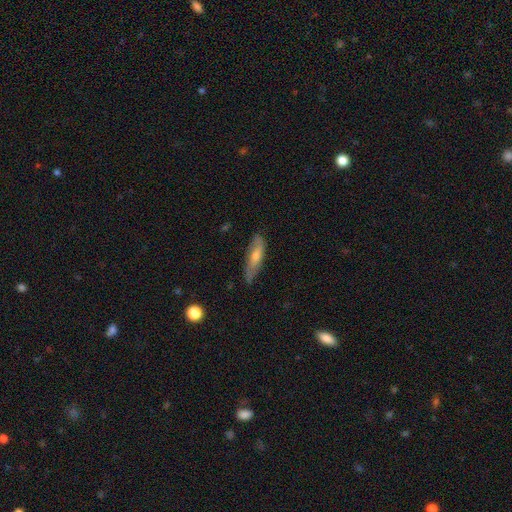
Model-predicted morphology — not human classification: A smooth galaxy with no disk features (47%). Merging: none (74%).